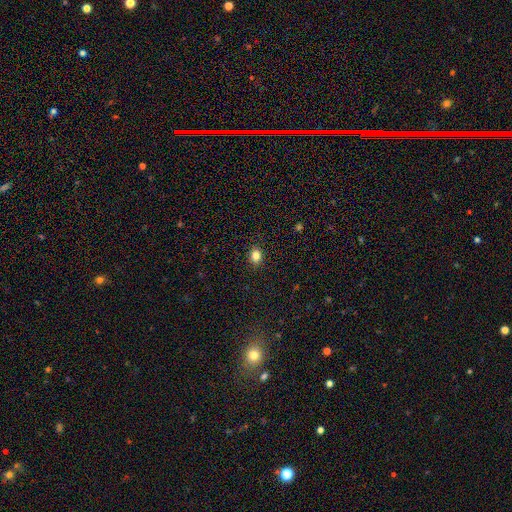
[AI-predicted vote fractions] smooth_or_featured: smooth (p=0.84) [alt: star or artifact p=0.12]
how_rounded: round (p=0.58) [alt: in between p=0.41]
merging: none (p=0.91) [alt: minor disturbance p=0.07]